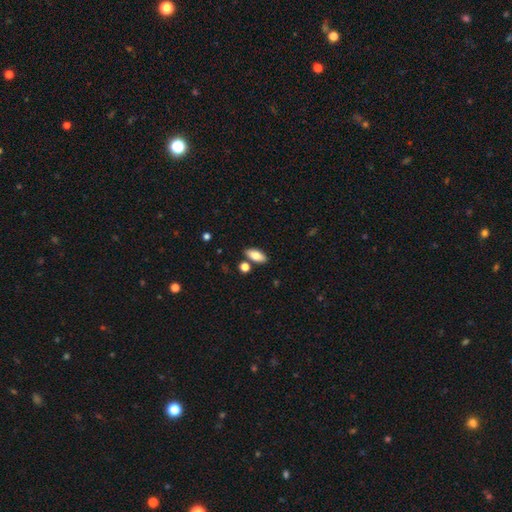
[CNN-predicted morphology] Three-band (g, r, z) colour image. It shows a smooth galaxy with no disk features (82%) that is in between round and cigar-shaped (87%). Merging: none (81%).